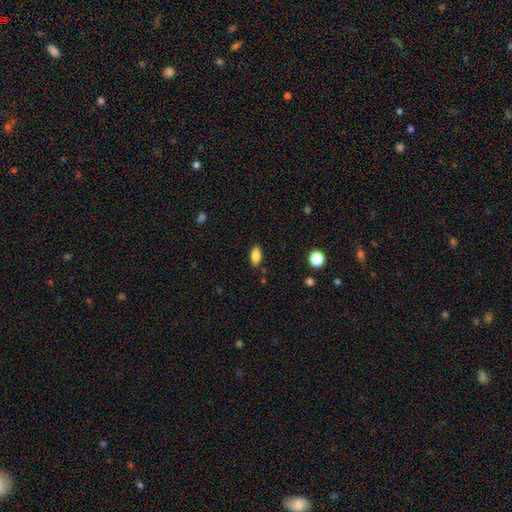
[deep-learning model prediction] smooth-or-featured: smooth: 85% | star or artifact: 8% | featured or disk: 6%
  how-rounded: in between: 88% | cigar-shaped: 8% | round: 3%
  merging: none: 86% | minor disturbance: 10% | major disturbance: 2% | merger: 2%